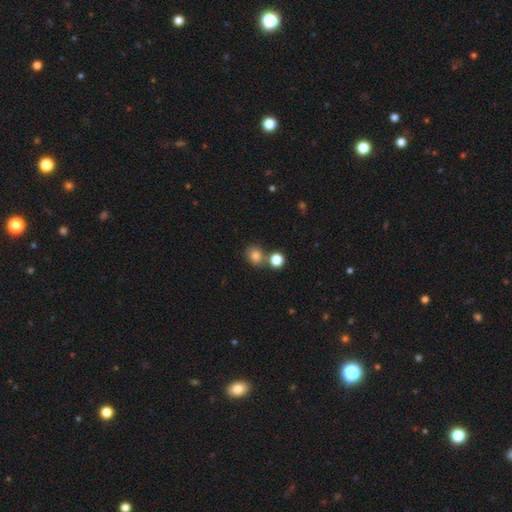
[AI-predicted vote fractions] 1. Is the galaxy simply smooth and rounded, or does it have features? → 80% smooth, 13% star or artifact, 7% featured or disk.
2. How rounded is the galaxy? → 72% round, 27% in between, 1% cigar-shaped.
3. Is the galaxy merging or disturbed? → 65% none, 22% merger, 11% minor disturbance, 3% major disturbance.